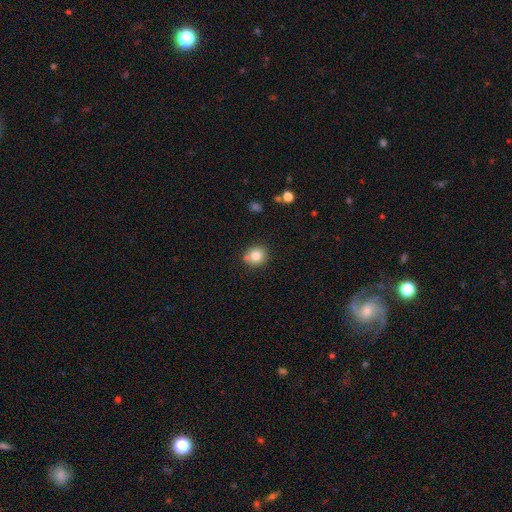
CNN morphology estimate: This is clearly a smooth galaxy (81%). How rounded: clearly round (83%). Merging: likely none (76%).